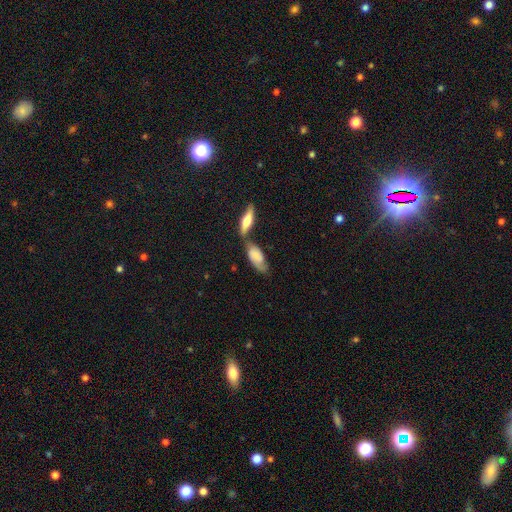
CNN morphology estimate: type=smooth (57%); roundness=in between (79%); merging=none (40%).